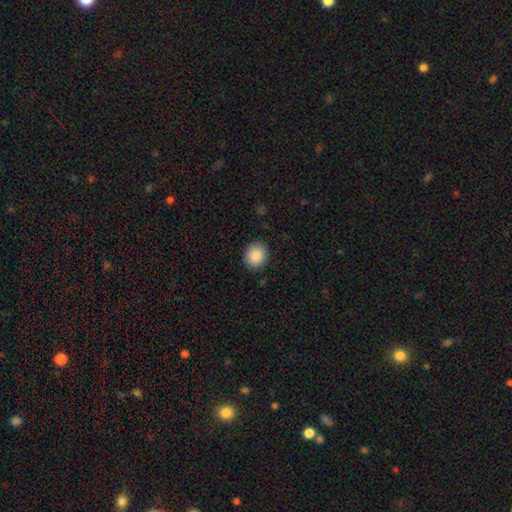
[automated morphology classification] Smooth or featured? Predicted: smooth (p=0.89). How rounded? Predicted: round (p=0.75). Merging? Predicted: none (p=0.89).